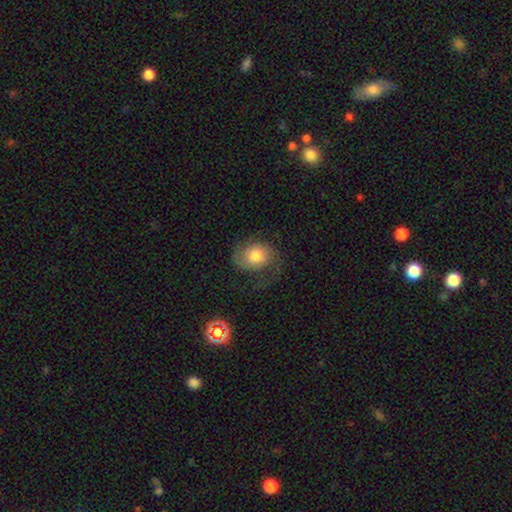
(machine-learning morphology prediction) Smooth or featured? featured or disk (52%)
Edge-on disk? no (97%)
Bar? no (77%)
Spiral arms? yes (87%)
Bulge size? moderate (53%)
Merging? none (52%)